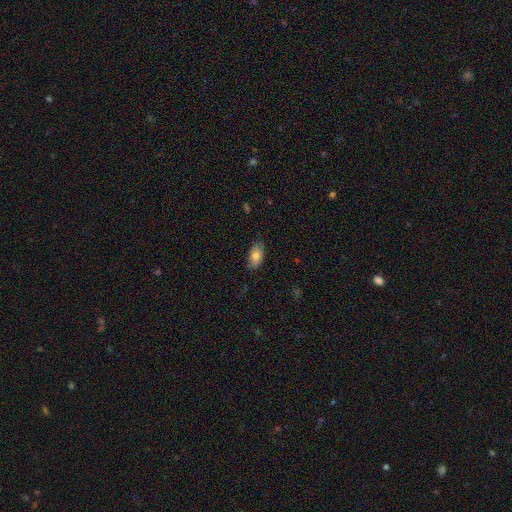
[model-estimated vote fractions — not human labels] The model was most divided on "merging": none: 82%, minor disturbance: 14%, major disturbance: 3%, merger: 1%. More confident: how rounded — in between (92%); smooth or featured — smooth (82%).